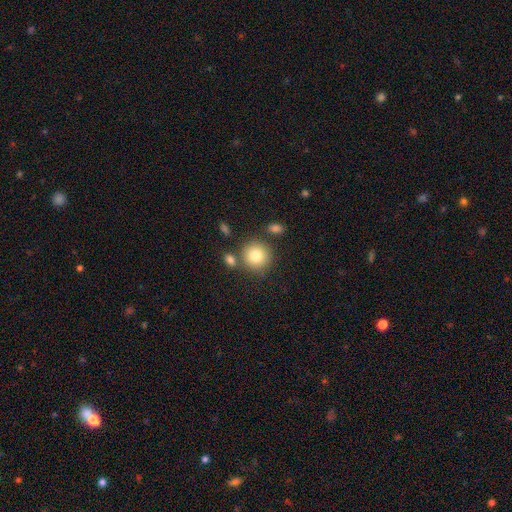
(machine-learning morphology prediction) Q: Smooth or featured?
A: smooth (80%); runner-up: featured or disk (10%)
Q: How rounded?
A: round (91%); runner-up: in between (8%)
Q: Merging?
A: none (75%); runner-up: merger (12%)